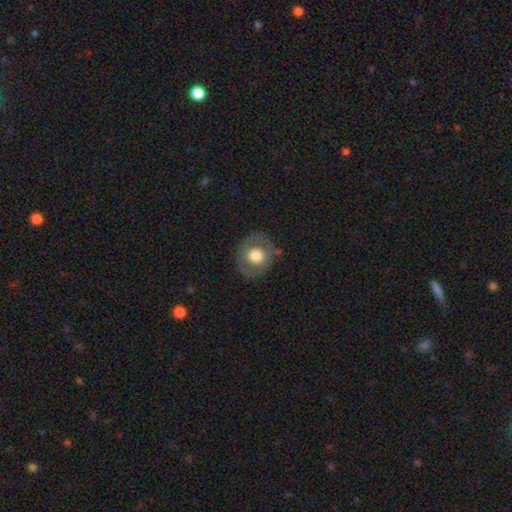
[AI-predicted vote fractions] A smooth galaxy with no disk features (58%) that is round (81%).

Vote fractions:
- Smooth or featured? smooth: 58% / featured or disk: 35% / star or artifact: 7%
- How rounded? round: 81% / in between: 18% / cigar-shaped: 1%
- Merging? none: 76% / minor disturbance: 15% / major disturbance: 7% / merger: 2%